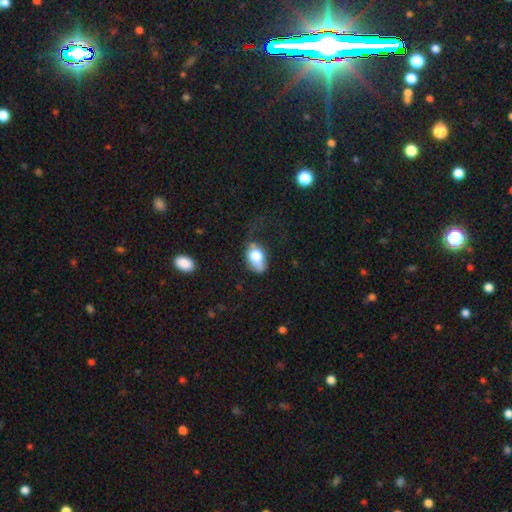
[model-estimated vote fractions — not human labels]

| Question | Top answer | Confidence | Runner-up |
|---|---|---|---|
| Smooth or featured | smooth | 72% | featured or disk (19%) |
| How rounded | in between | 83% | round (14%) |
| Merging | minor disturbance | 33% | tied: none (33%) |